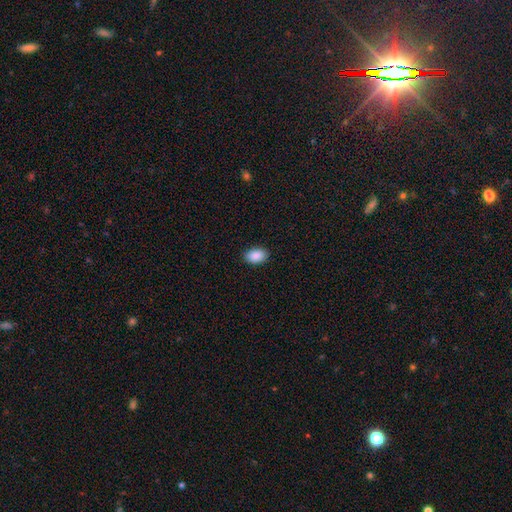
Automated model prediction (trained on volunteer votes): This appears to be a smooth galaxy with no disk features (90%) that is in between round and cigar-shaped (90%). Merging: none (89%).